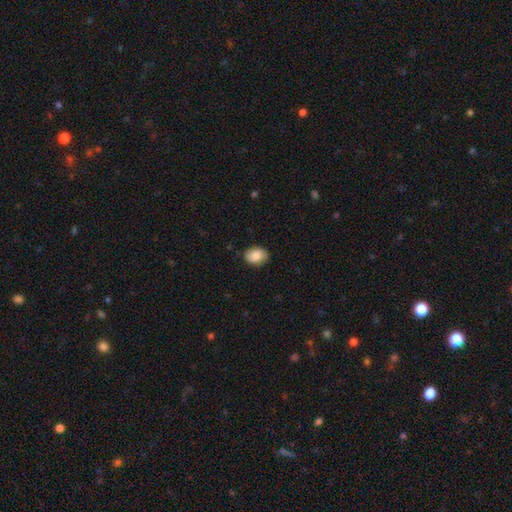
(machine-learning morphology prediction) A smooth galaxy with no disk features (85%) that is in between round and cigar-shaped (66%). Merging: none (81%).